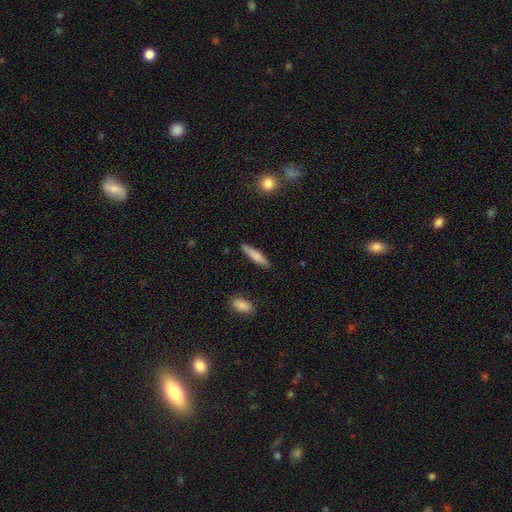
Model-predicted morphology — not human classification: smooth_or_featured: smooth (p=0.77) [alt: featured or disk p=0.17]
how_rounded: cigar-shaped (p=0.82) [alt: in between p=0.17]
merging: none (p=0.87) [alt: minor disturbance p=0.10]